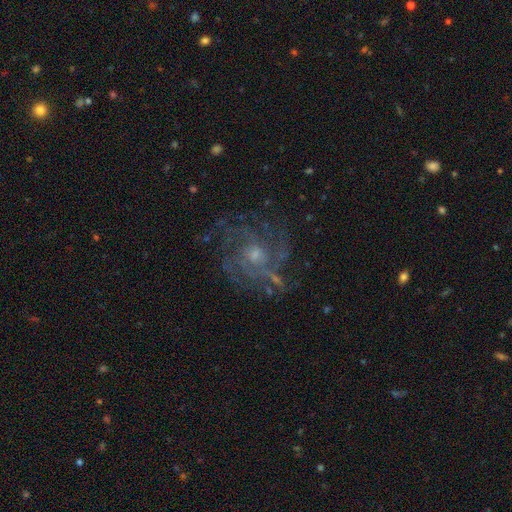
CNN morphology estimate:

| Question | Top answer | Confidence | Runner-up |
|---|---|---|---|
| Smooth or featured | featured or disk | 81% | star or artifact (10%) |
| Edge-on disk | no | 97% | yes (3%) |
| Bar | no | 76% | weak (21%) |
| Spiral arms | yes | 92% | no (8%) |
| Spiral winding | tight | 47% | medium (40%) |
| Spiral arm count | can't tell | 30% | 4 (23%) |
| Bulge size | small | 56% | moderate (37%) |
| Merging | none | 69% | minor disturbance (16%) |